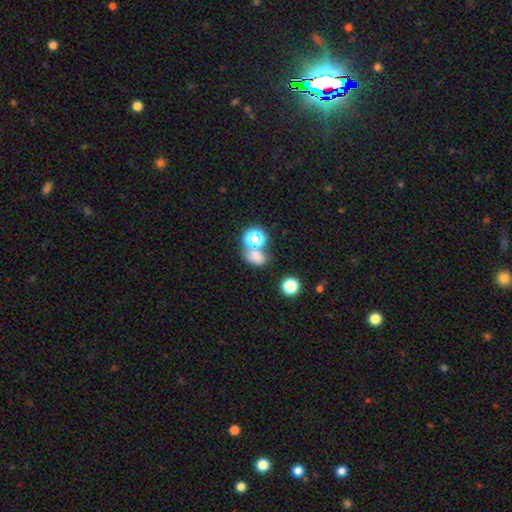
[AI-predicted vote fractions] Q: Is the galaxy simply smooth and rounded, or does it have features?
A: smooth — 68%.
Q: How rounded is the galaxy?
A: in between — 60%.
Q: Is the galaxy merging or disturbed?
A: none — 46%.